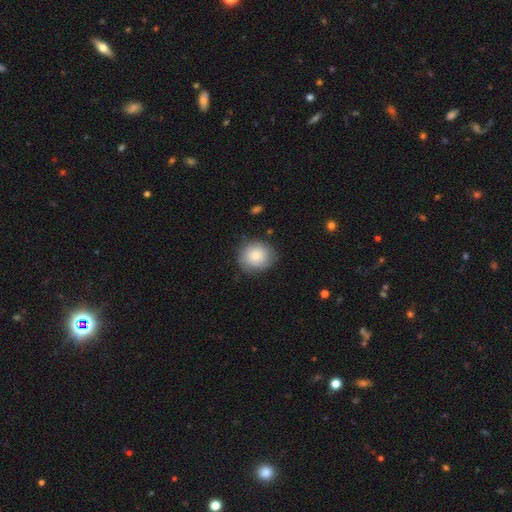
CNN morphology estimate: smooth_or_featured: smooth (p=0.79) [alt: featured or disk p=0.14]
how_rounded: round (p=0.81) [alt: in between p=0.18]
merging: none (p=0.78) [alt: minor disturbance p=0.16]